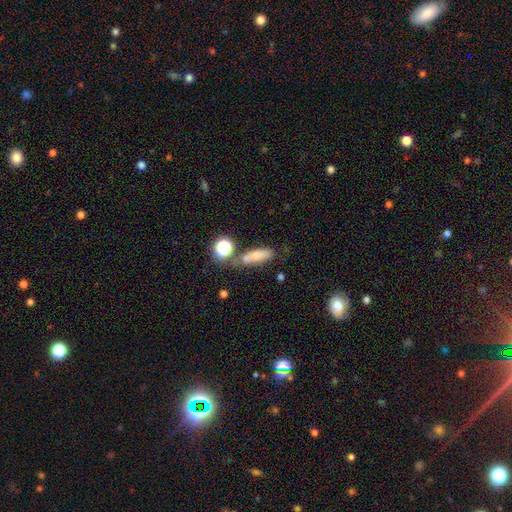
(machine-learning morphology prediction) Smooth or featured? smooth (64%)
How rounded? in between (54%)
Merging? none (55%)